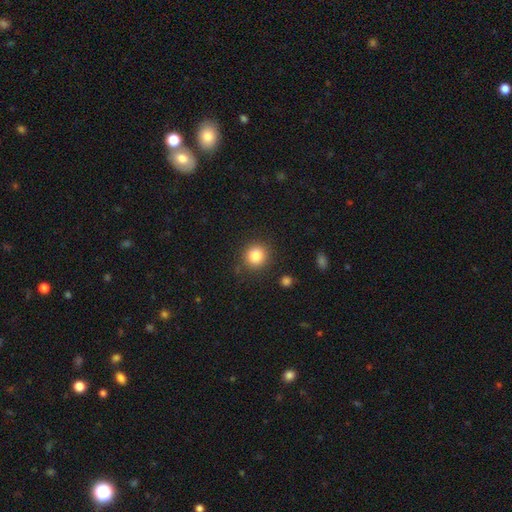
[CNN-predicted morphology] smooth 84%, star or artifact 10%, featured or disk 6%. Down the decision tree: how rounded — round (92%); merging — none (87%).